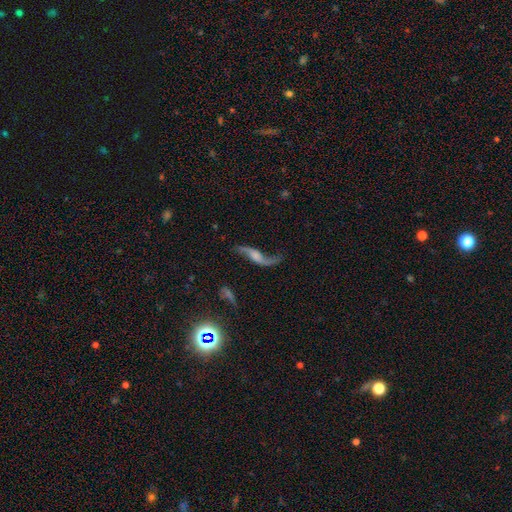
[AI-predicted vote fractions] This is clearly a featured or disk galaxy (83%). It is clearly not viewed edge-on (89%). Bar: possibly no (54%). Spiral arm pattern: clearly yes (94%). Spiral arm count: clearly 2 (91%). Spiral winding: clearly loose (93%). Central bulge: marginally none (34%). Merging: likely none (65%).